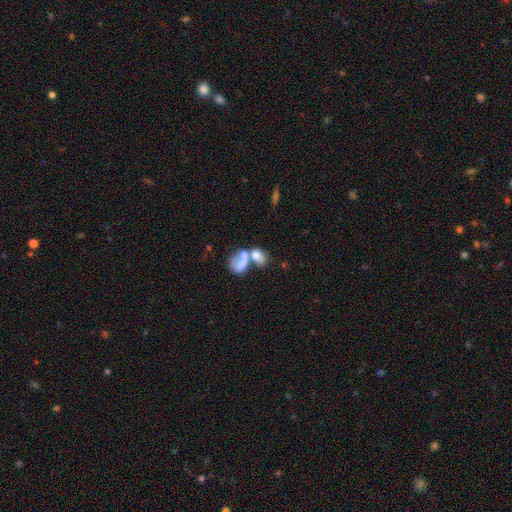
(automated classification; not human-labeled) Smooth or featured?
  - smooth: 68% *
  - featured or disk: 21%
  - star or artifact: 12%
How rounded?
  - in between: 74% *
  - round: 22%
  - cigar-shaped: 4%
Merging?
  - merger: 55% *
  - none: 25%
  - major disturbance: 11%
  - minor disturbance: 9%